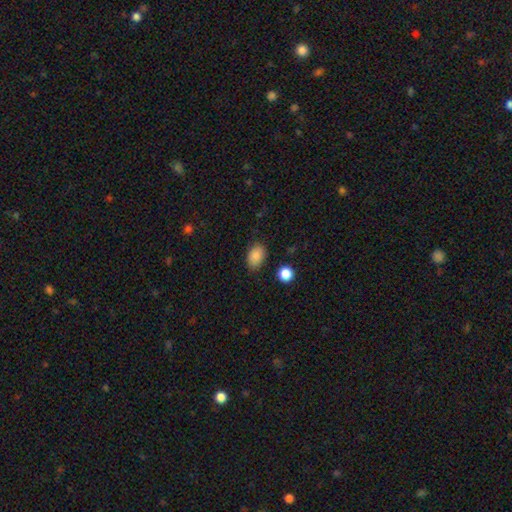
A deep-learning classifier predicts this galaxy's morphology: Overall: smooth (86%). How rounded: in between (84%). Merging: none (83%).